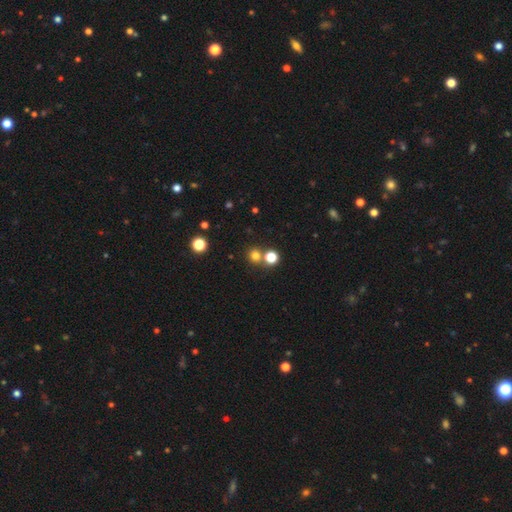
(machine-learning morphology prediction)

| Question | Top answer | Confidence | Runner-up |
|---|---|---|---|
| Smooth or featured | smooth | 75% | star or artifact (19%) |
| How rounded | round | 90% | in between (9%) |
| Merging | none | 67% | merger (23%) |